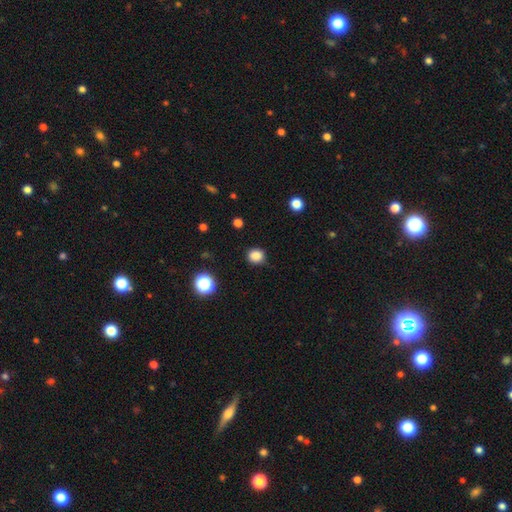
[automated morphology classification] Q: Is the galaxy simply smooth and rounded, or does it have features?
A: smooth — 85%.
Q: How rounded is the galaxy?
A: round — 79%.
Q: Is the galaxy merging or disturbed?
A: none — 86%.